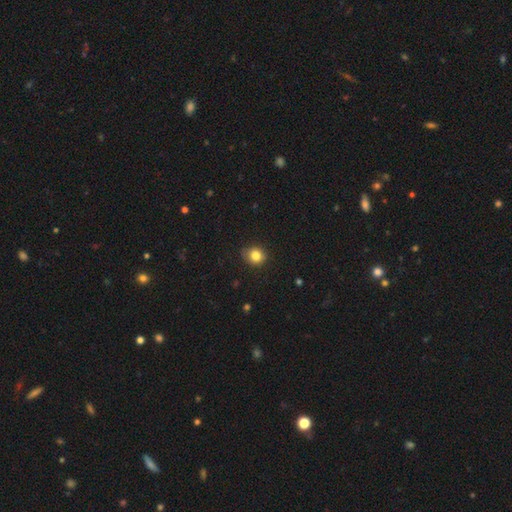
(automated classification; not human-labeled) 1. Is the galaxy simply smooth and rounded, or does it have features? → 82% smooth, 11% star or artifact, 7% featured or disk.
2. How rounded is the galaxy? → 74% round, 25% in between, 1% cigar-shaped.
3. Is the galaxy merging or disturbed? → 79% none, 17% minor disturbance, 3% major disturbance, 1% merger.